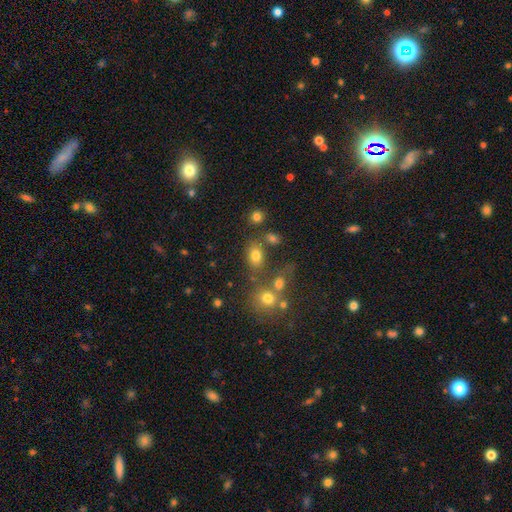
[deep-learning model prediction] This is likely a smooth galaxy (76%). How rounded: likely in between (75%). Merging: likely none (63%).